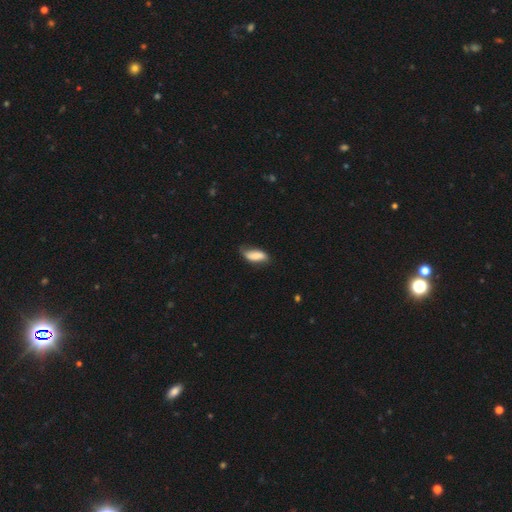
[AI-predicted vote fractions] The model was most divided on "merging": none: 53%, minor disturbance: 35%, major disturbance: 10%, merger: 2%. More confident: how rounded — in between (79%); smooth or featured — smooth (73%).